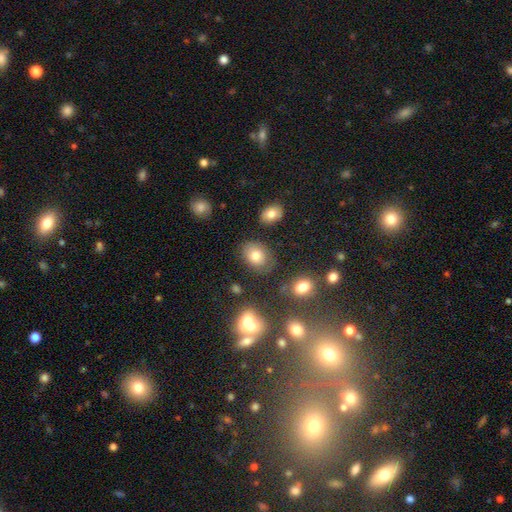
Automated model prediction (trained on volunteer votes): Smooth or featured? smooth (75%)
How rounded? in between (65%)
Merging? none (76%)